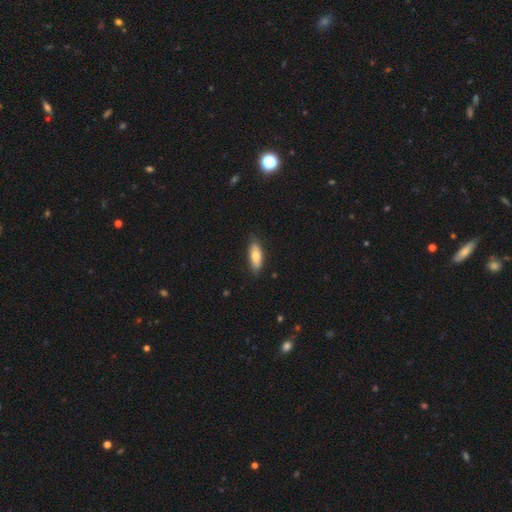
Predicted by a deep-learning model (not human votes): Morphology: type=smooth (74%); roundness=in between (67%); merging=none (82%).